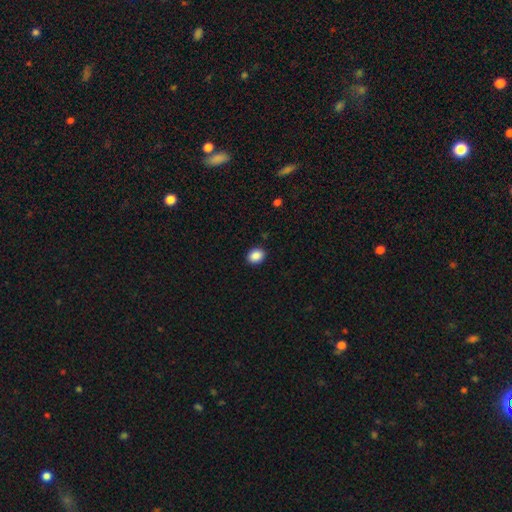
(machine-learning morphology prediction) smooth_or_featured: smooth (p=0.89) [alt: star or artifact p=0.08]
how_rounded: round (p=0.51) [alt: in between p=0.48]
merging: none (p=0.91) [alt: minor disturbance p=0.07]